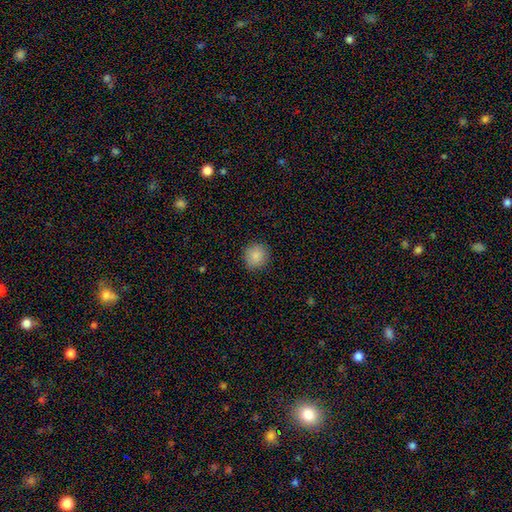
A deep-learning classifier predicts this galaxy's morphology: This is clearly a smooth galaxy (87%). How rounded: clearly round (89%). Merging: clearly none (89%).